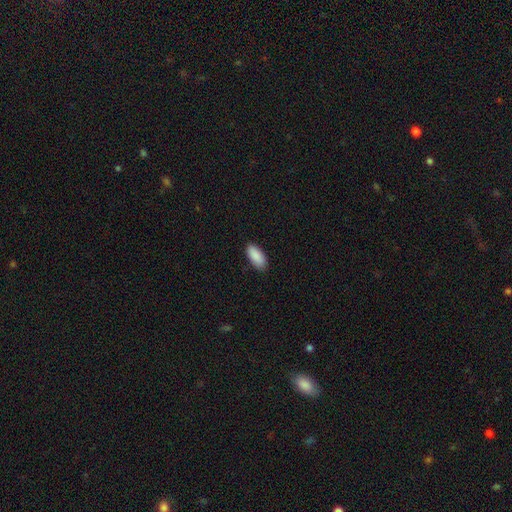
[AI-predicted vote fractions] Morphology: type=smooth (91%); roundness=in between (89%); merging=none (87%).